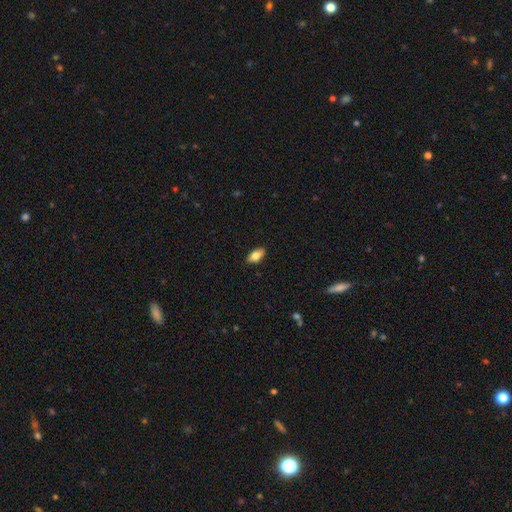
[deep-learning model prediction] Morphology: type=smooth (79%); roundness=in between (89%); merging=none (87%).